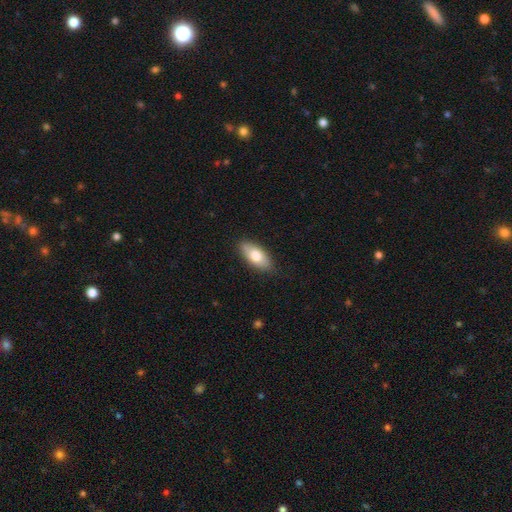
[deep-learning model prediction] Q: Smooth or featured?
A: smooth (76%); runner-up: featured or disk (18%)
Q: How rounded?
A: in between (87%); runner-up: cigar-shaped (10%)
Q: Merging?
A: none (85%); runner-up: minor disturbance (12%)